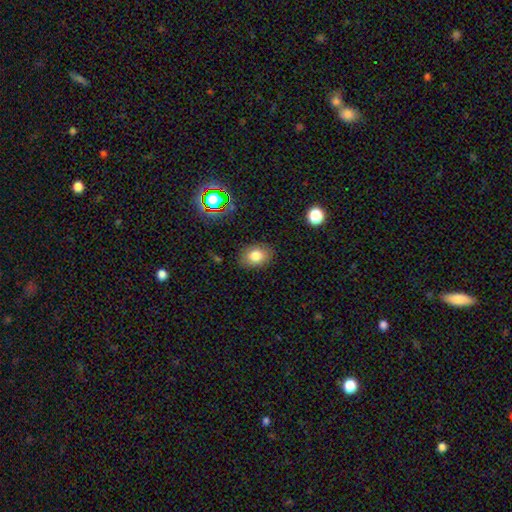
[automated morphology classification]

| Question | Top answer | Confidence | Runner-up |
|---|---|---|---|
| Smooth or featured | smooth | 80% | star or artifact (11%) |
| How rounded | in between | 69% | round (30%) |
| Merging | none | 85% | minor disturbance (11%) |